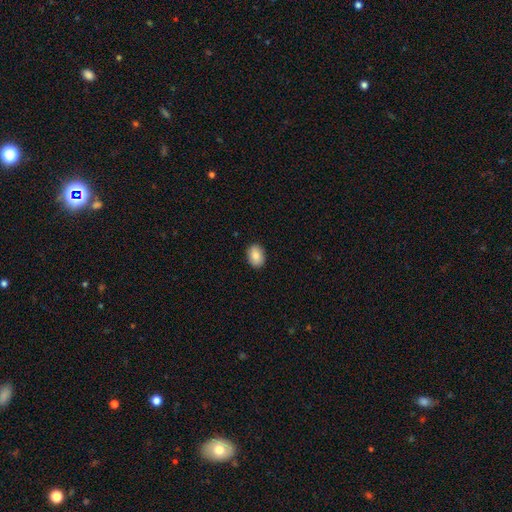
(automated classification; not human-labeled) A smooth galaxy with no disk features (86%) that is in between round and cigar-shaped (77%). Merging: none (89%).